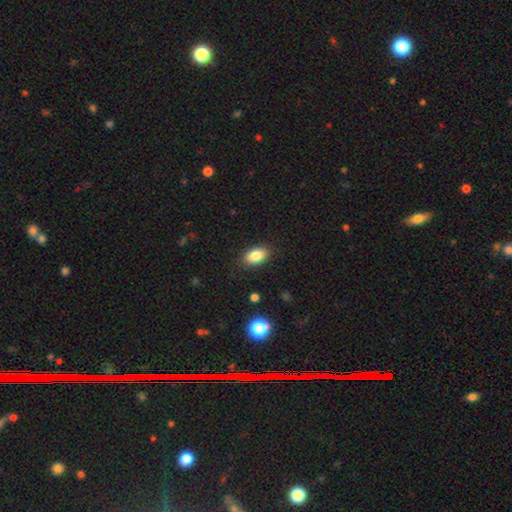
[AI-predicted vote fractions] Smooth or featured?
  - smooth: 85% *
  - star or artifact: 8%
  - featured or disk: 7%
How rounded?
  - in between: 91% *
  - round: 7%
  - cigar-shaped: 2%
Merging?
  - none: 87% *
  - minor disturbance: 9%
  - major disturbance: 2%
  - merger: 1%